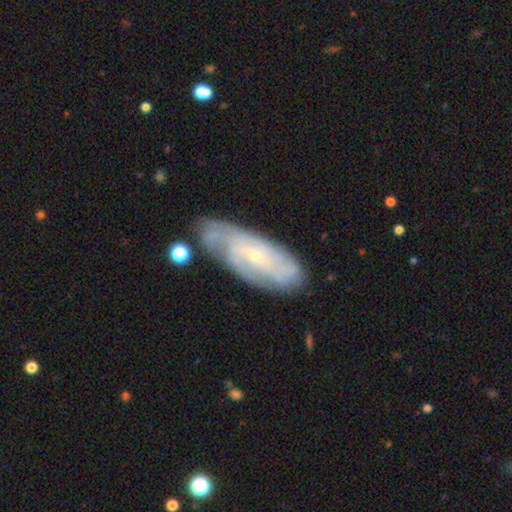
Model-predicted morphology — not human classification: Overall: featured or disk (74%). Edge-on disk: no (88%). Bar: no (63%; weak 30%). Spiral arms: yes (90%). Spiral arm count: can't tell (48%; 2 15%). Spiral winding: tight (61%; medium 30%). Bulge size: small (77%). Merging: none (67%).